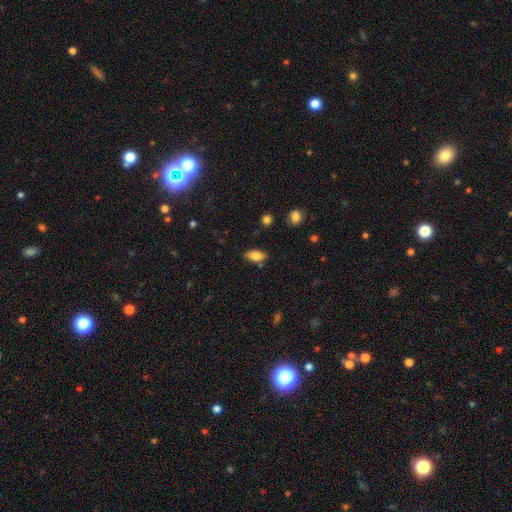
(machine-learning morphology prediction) This is likely a smooth galaxy (80%). How rounded: clearly in between (89%). Merging: clearly none (80%).